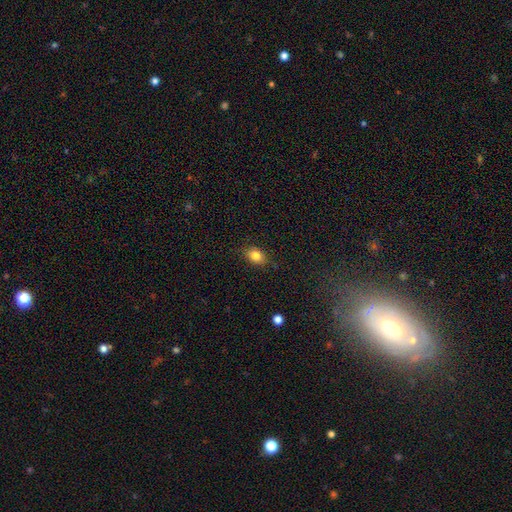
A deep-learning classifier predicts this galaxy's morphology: smooth-or-featured: smooth: 83% | star or artifact: 10% | featured or disk: 7%
  how-rounded: in between: 75% | round: 24% | cigar-shaped: 2%
  merging: none: 84% | minor disturbance: 12% | major disturbance: 3% | merger: 1%